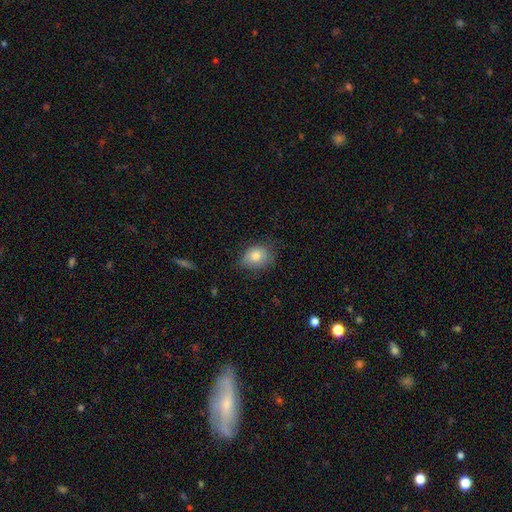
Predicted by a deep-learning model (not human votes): A smooth galaxy with no disk features (78%) that is round (56%).

Vote fractions:
- Smooth or featured? smooth: 78% / featured or disk: 13% / star or artifact: 9%
- How rounded? round: 56% / in between: 43% / cigar-shaped: 1%
- Merging? none: 63% / minor disturbance: 28% / major disturbance: 8% / merger: 1%